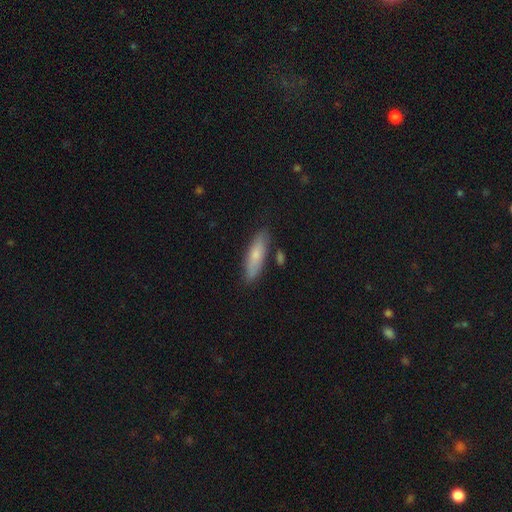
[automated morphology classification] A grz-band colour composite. It shows a smooth galaxy with no disk features (72%) that is cigar-shaped (57%). Merging: none (80%).